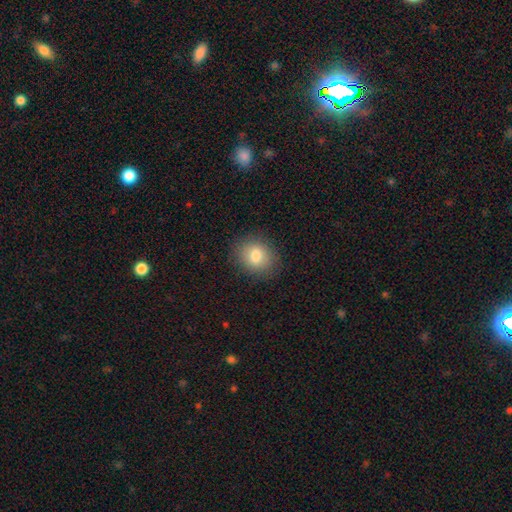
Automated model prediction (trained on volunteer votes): smooth-or-featured: smooth: 79% | featured or disk: 11% | star or artifact: 10%
  how-rounded: round: 62% | in between: 37% | cigar-shaped: 1%
  merging: none: 86% | minor disturbance: 10% | major disturbance: 3% | merger: 1%